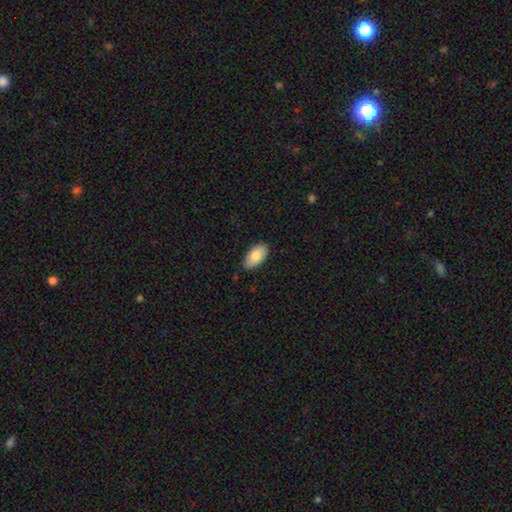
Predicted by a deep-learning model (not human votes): The model was most divided on "smooth or featured": smooth: 82%, featured or disk: 12%, star or artifact: 6%. More confident: how rounded — in between (95%); merging — none (85%).